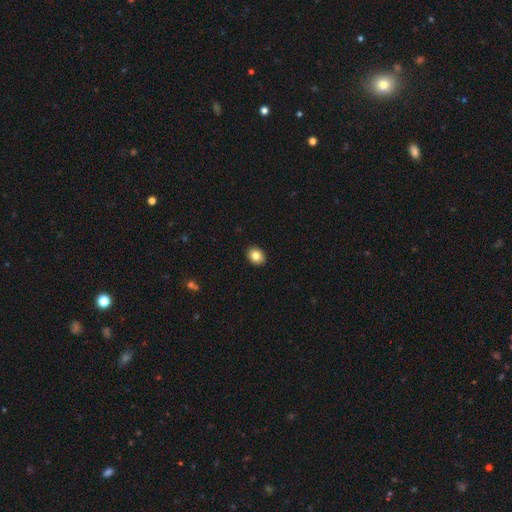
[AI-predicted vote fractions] Overall: smooth (83%). How rounded: in between (51%; round 48%). Merging: none (91%).